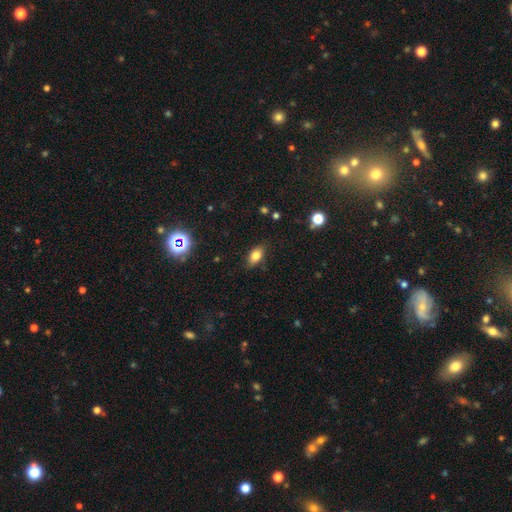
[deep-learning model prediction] smooth-or-featured: smooth: 79% | star or artifact: 11% | featured or disk: 10%
  how-rounded: in between: 85% | round: 10% | cigar-shaped: 5%
  merging: none: 82% | minor disturbance: 14% | major disturbance: 3% | merger: 1%